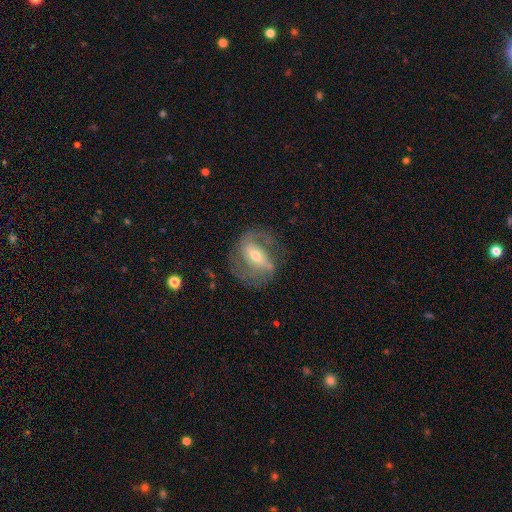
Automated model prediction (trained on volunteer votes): Smooth or featured? featured or disk (79%)
Edge-on disk? no (95%)
Bar? strong (43%)
Spiral arms? yes (87%)
Spiral winding? medium (48%)
Spiral arm count? 2 (77%)
Bulge size? moderate (60%)
Merging? none (66%)